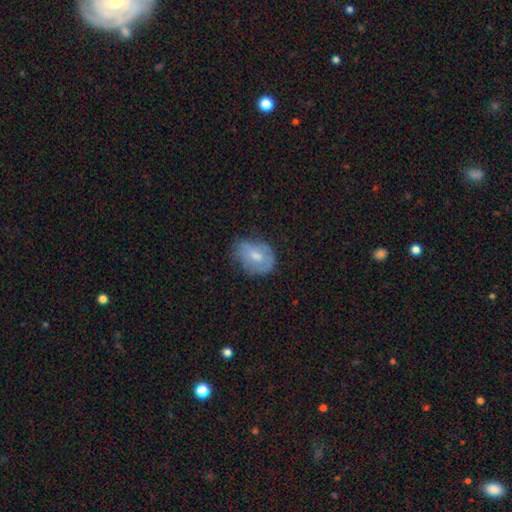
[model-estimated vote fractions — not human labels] A smooth galaxy with no disk features (57%) that is in between round and cigar-shaped (63%).

Vote fractions:
- Smooth or featured? smooth: 57% / featured or disk: 36% / star or artifact: 8%
- How rounded? in between: 63% / round: 36% / cigar-shaped: 1%
- Merging? none: 51% / minor disturbance: 34% / major disturbance: 14% / merger: 2%